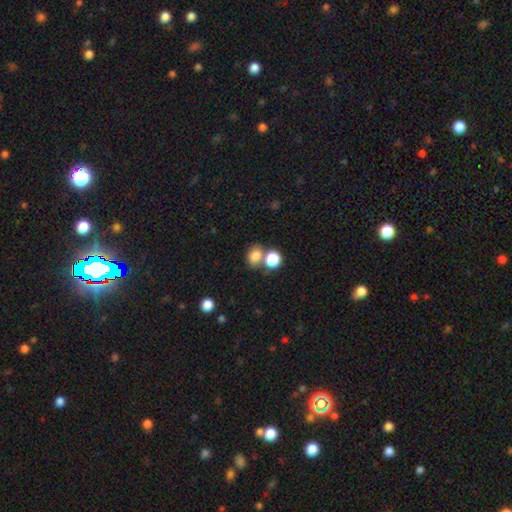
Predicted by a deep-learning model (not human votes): Morphology: type=smooth (80%); roundness=round (50%); merging=none (50%).